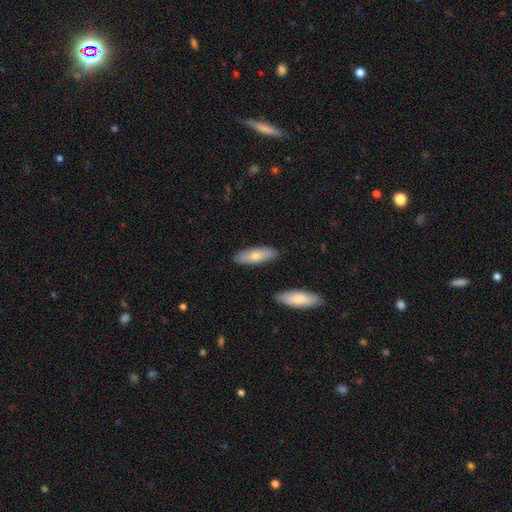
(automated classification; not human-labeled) smooth-or-featured: smooth: 72% | featured or disk: 23% | star or artifact: 5%
  how-rounded: in between: 64% | cigar-shaped: 34% | round: 2%
  merging: none: 85% | minor disturbance: 10% | merger: 3% | major disturbance: 2%